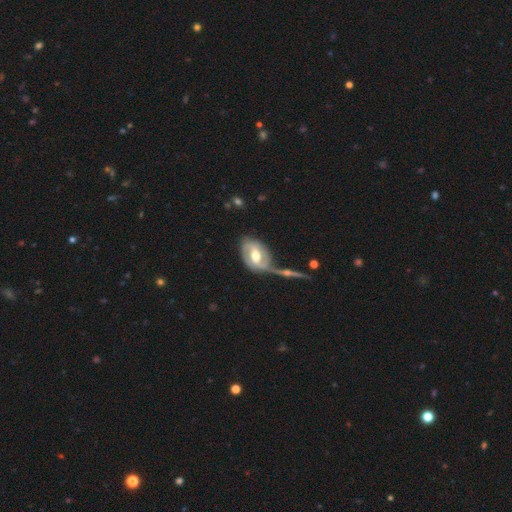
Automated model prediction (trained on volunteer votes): Q: Smooth or featured?
A: featured or disk (76%); runner-up: smooth (19%)
Q: Edge-on disk?
A: no (93%); runner-up: yes (7%)
Q: Bar?
A: weak (44%); runner-up: strong (35%)
Q: Spiral arms?
A: yes (82%); runner-up: no (18%)
Q: Spiral winding?
A: medium (41%); runner-up: tight (39%)
Q: Spiral arm count?
A: 2 (74%); runner-up: can't tell (13%)
Q: Bulge size?
A: moderate (73%); runner-up: large (15%)
Q: Merging?
A: none (45%); runner-up: merger (25%)